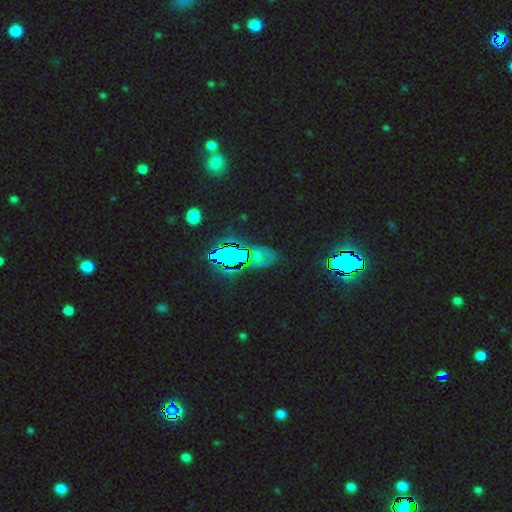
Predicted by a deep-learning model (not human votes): A star or artifact, not a galaxy (65%).